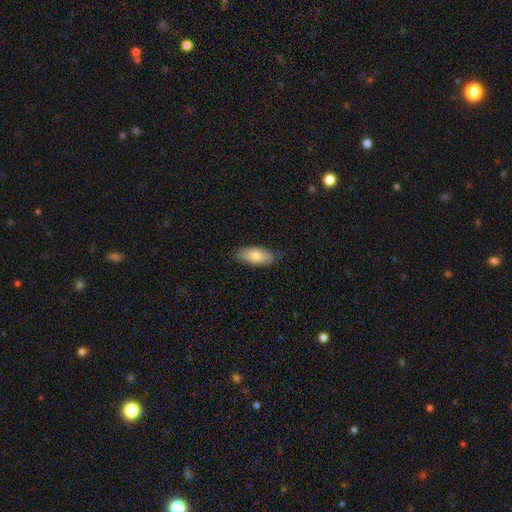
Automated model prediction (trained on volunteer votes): This is likely a smooth galaxy (76%). How rounded: clearly in between (85%). Merging: likely none (79%).